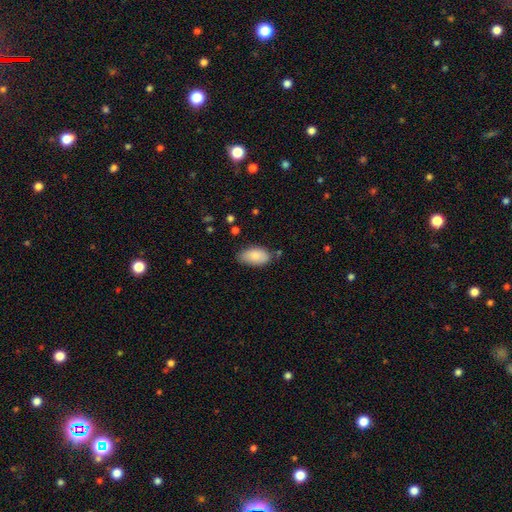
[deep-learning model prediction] Smooth or featured? smooth (83%)
How rounded? in between (94%)
Merging? none (73%)